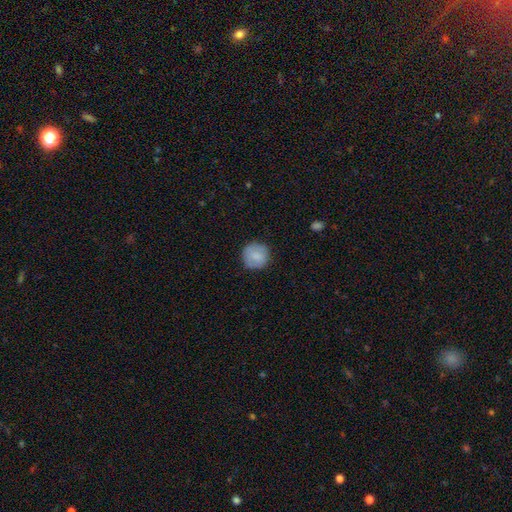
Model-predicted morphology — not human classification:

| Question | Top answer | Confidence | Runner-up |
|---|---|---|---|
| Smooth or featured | smooth | 83% | featured or disk (10%) |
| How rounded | round | 93% | in between (6%) |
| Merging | none | 84% | minor disturbance (12%) |